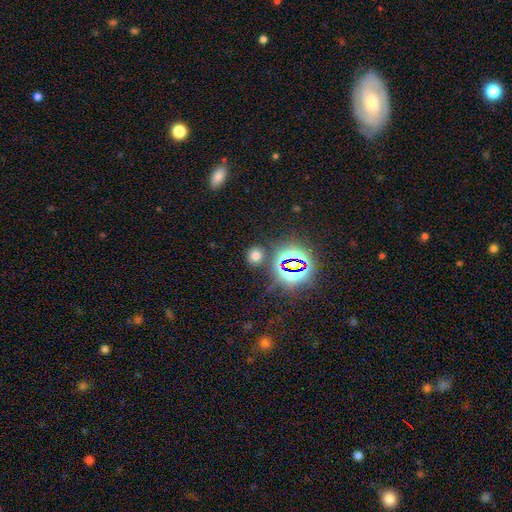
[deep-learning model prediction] This appears to be a smooth galaxy with no disk features (62%) that is round (78%). Merging: none (83%).